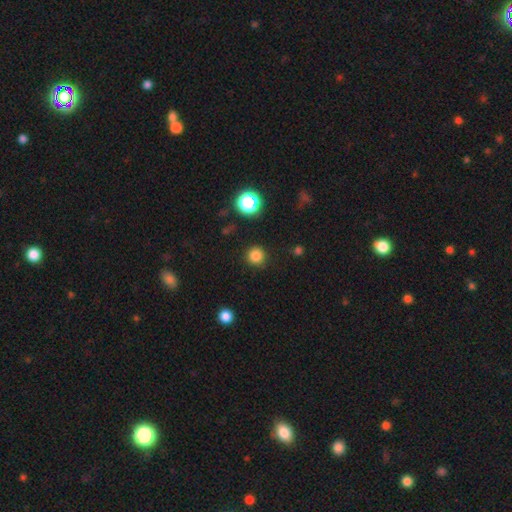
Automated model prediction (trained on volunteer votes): Overall: smooth (82%). How rounded: round (94%). Merging: none (90%).